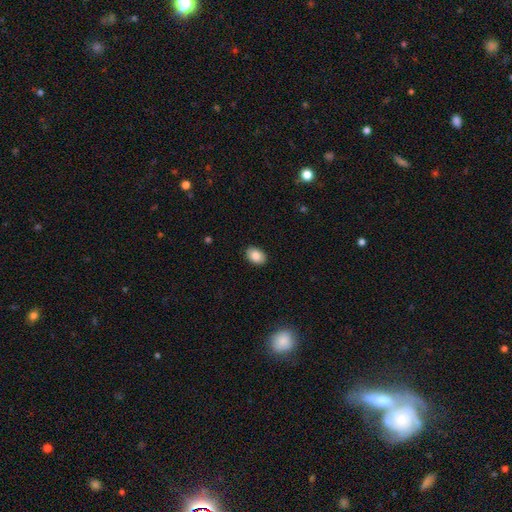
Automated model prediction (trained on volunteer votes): Smooth or featured? Predicted: smooth (p=0.87). How rounded? Predicted: in between (p=0.83). Merging? Predicted: none (p=0.89).